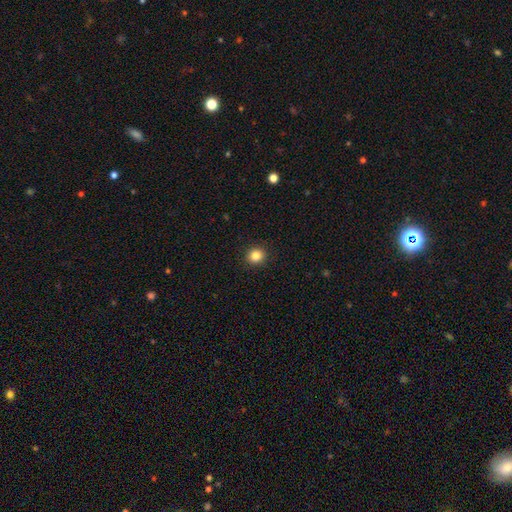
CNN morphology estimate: Smooth or featured?
  - smooth: 84% *
  - star or artifact: 11%
  - featured or disk: 4%
How rounded?
  - round: 87% *
  - in between: 12%
  - cigar-shaped: 1%
Merging?
  - none: 92% *
  - minor disturbance: 5%
  - major disturbance: 2%
  - merger: 1%